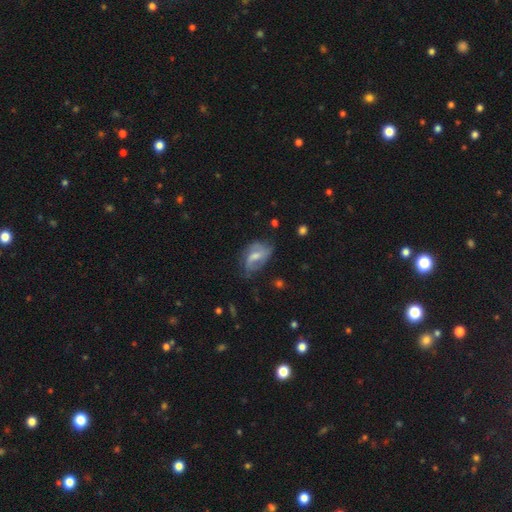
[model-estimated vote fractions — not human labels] Overall: featured or disk (64%; smooth 28%). Edge-on disk: no (96%). Bar: weak (52%; no 32%). Spiral arms: yes (84%). Spiral arm count: 2 (61%). Spiral winding: medium (41%; loose 40%). Bulge size: moderate (48%; small 35%). Merging: none (50%; minor disturbance 29%).